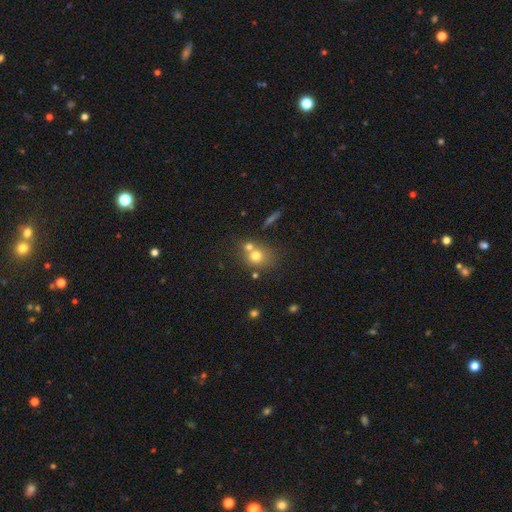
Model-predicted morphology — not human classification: smooth 70%, featured or disk 16%, star or artifact 13%. Down the decision tree: how rounded — round (71%); merging — none (46%).